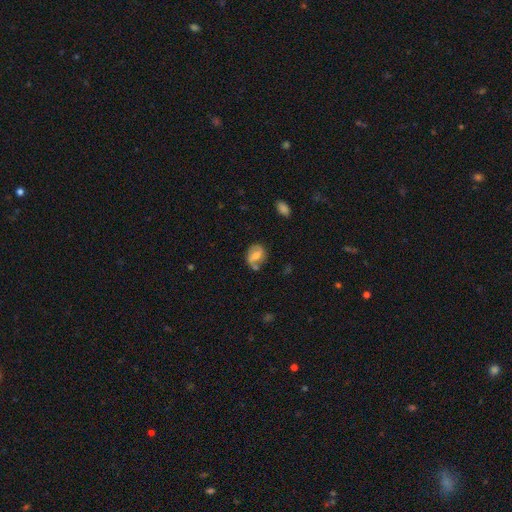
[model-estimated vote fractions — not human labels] Smooth or featured: smooth — 46% (featured or disk — 45%)
Merging: none — 52% (minor disturbance — 26%)